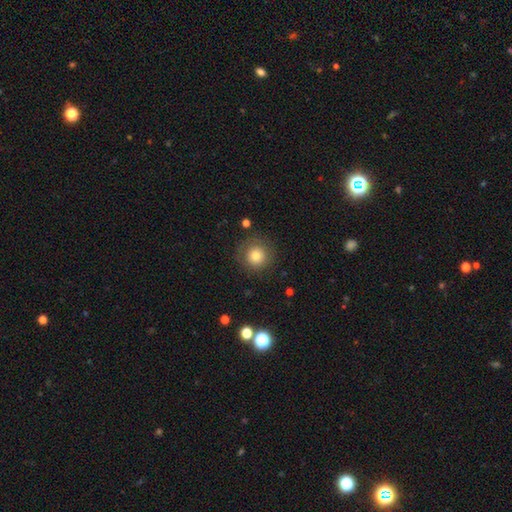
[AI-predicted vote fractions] Overall: smooth (77%). How rounded: round (94%). Merging: none (84%).